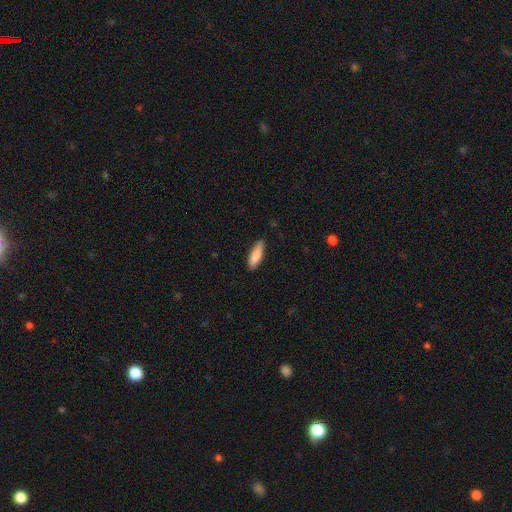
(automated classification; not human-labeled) Smooth or featured? smooth (85%)
How rounded? cigar-shaped (58%)
Merging? none (84%)